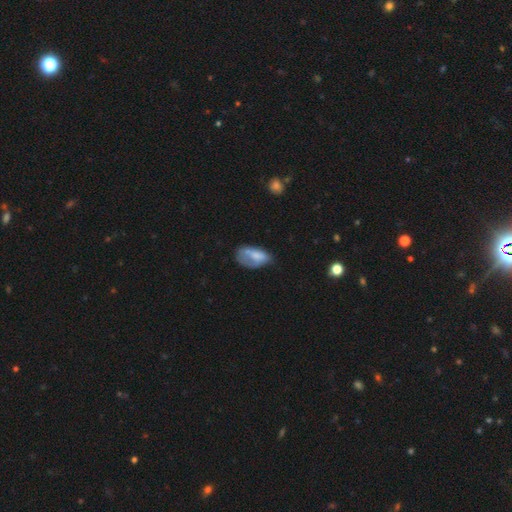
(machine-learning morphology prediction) A smooth galaxy with no disk features (68%) that is in between round and cigar-shaped (90%).

Vote fractions:
- Smooth or featured? smooth: 68% / featured or disk: 24% / star or artifact: 8%
- How rounded? in between: 90% / round: 5% / cigar-shaped: 5%
- Merging? none: 34% / minor disturbance: 33% / major disturbance: 29% / merger: 4%